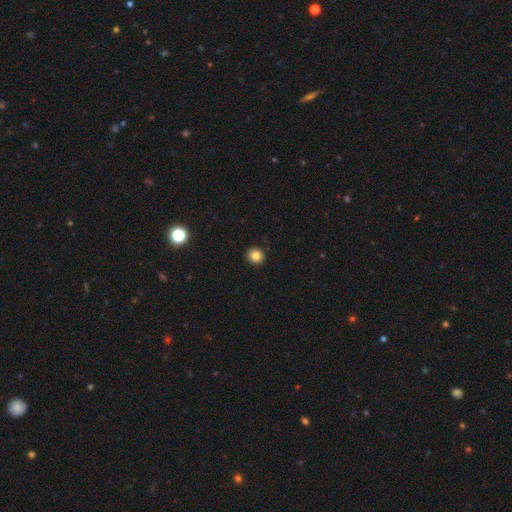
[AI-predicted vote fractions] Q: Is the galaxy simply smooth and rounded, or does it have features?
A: smooth — 84%.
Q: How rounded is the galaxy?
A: round — 89%.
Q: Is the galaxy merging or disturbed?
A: none — 90%.